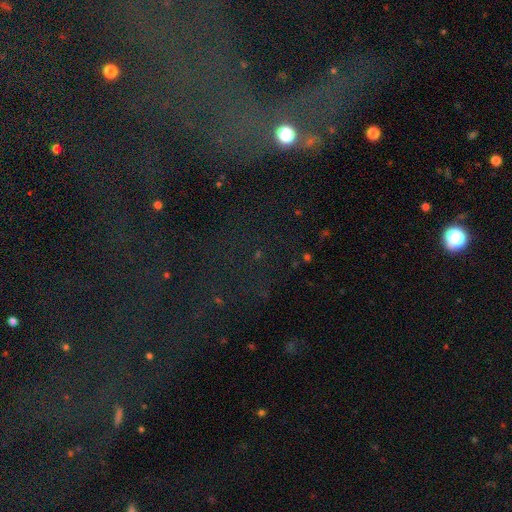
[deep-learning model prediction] This appears to be a star or artifact, not a galaxy (67%).